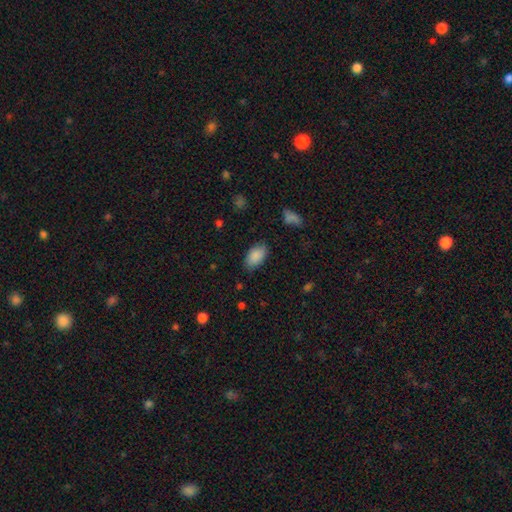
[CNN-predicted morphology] This is clearly a smooth galaxy (88%). How rounded: clearly in between (93%). Merging: clearly none (82%).